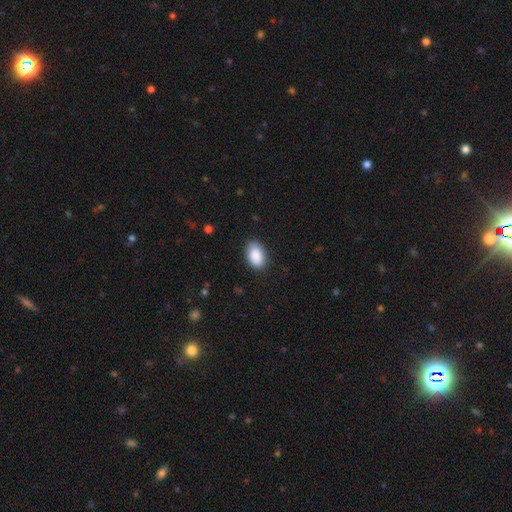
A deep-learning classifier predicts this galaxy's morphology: type=smooth (90%); roundness=in between (92%); merging=none (85%).